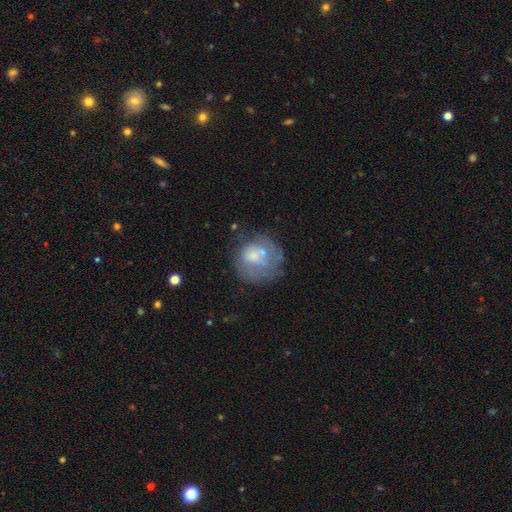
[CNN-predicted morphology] Overall: smooth (48%; featured or disk 42%). Merging: none (46%; minor disturbance 22%).